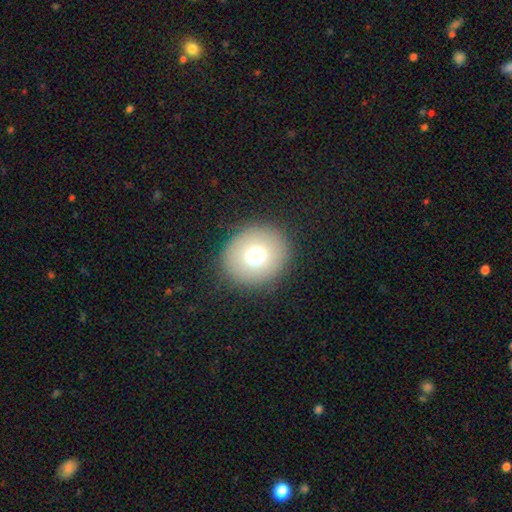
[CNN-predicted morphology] Overall: smooth (69%). How rounded: round (82%). Merging: none (86%).